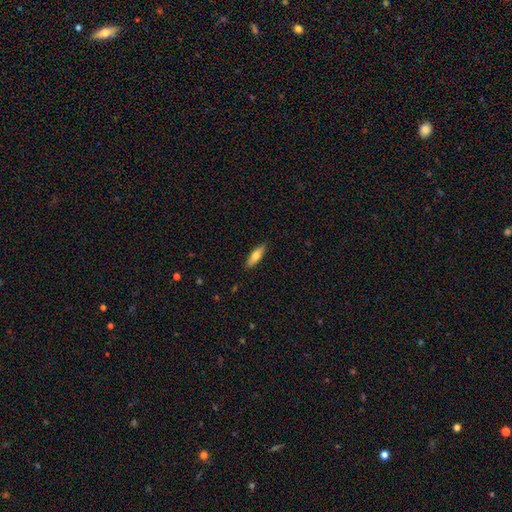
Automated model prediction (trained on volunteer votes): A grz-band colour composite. It shows a smooth galaxy with no disk features (71%) that is in between round and cigar-shaped (55%). Merging: none (88%).